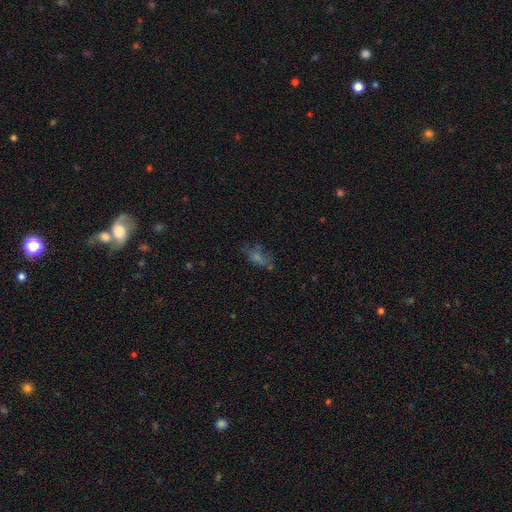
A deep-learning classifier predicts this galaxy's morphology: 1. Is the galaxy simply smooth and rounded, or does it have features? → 49% smooth, 26% featured or disk, 25% star or artifact.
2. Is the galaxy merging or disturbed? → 57% none, 22% minor disturbance, 16% major disturbance, 4% merger.